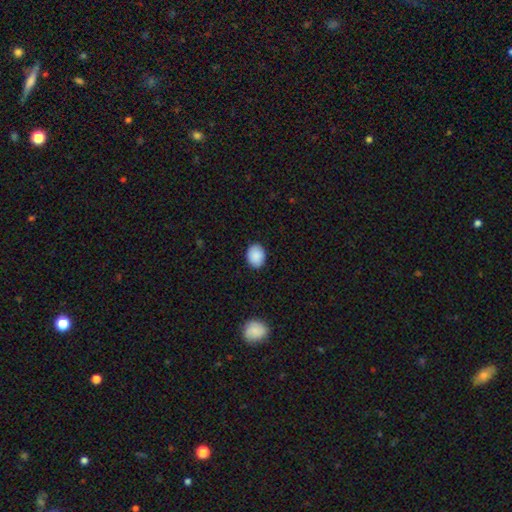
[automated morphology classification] Q: Smooth or featured?
A: smooth (89%); runner-up: star or artifact (7%)
Q: How rounded?
A: in between (57%); runner-up: round (42%)
Q: Merging?
A: none (87%); runner-up: minor disturbance (10%)